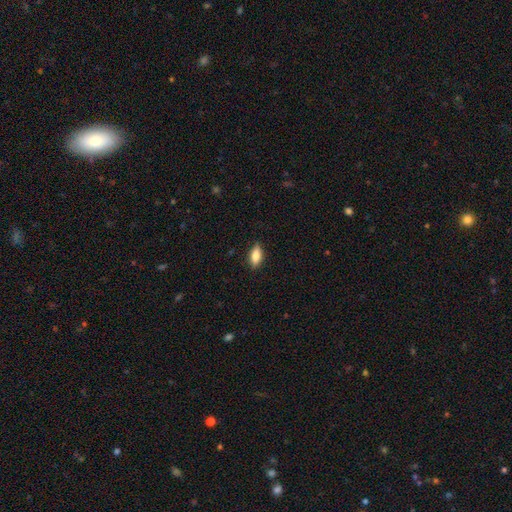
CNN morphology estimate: Q: Smooth or featured?
A: smooth (83%); runner-up: featured or disk (11%)
Q: How rounded?
A: in between (83%); runner-up: cigar-shaped (14%)
Q: Merging?
A: none (86%); runner-up: minor disturbance (11%)